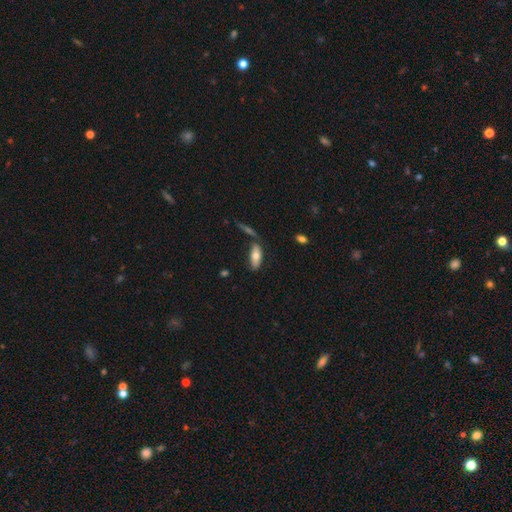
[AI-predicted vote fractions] smooth_or_featured: smooth (p=0.68) [alt: featured or disk p=0.26]
how_rounded: in between (p=0.76) [alt: cigar-shaped p=0.22]
merging: none (p=0.65) [alt: minor disturbance p=0.17]